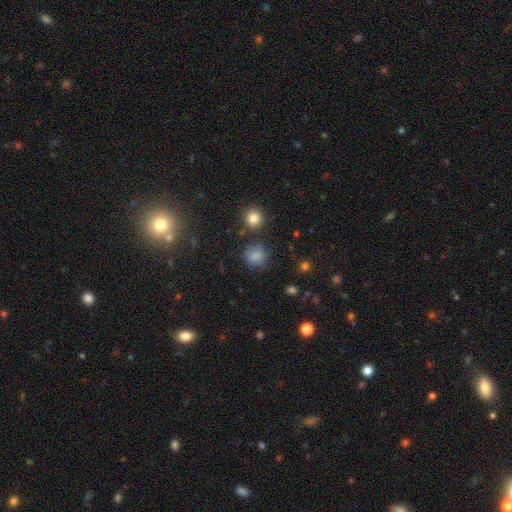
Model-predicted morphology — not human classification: Smooth or featured? smooth (81%)
How rounded? round (82%)
Merging? none (76%)